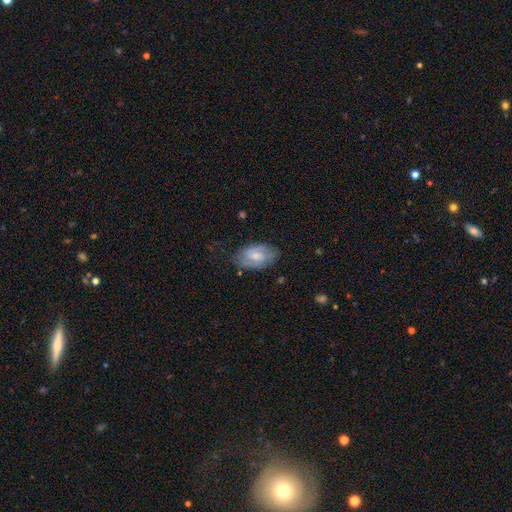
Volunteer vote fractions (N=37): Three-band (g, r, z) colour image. It shows a featured or disk galaxy (68%) with no bar (56%), 2 (78%) medium (65%) spiral arms (92%) and a moderate central bulge (48%). Merging: none (89%).